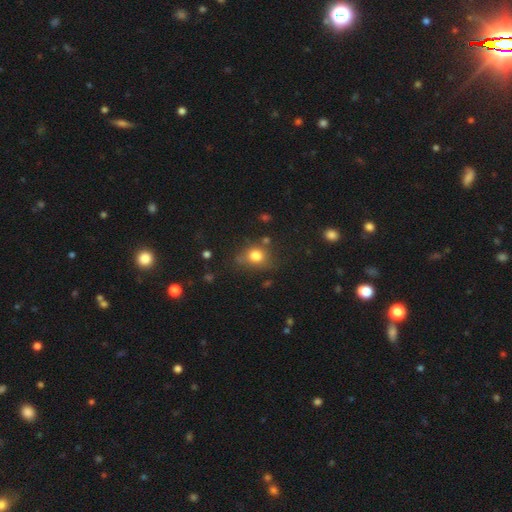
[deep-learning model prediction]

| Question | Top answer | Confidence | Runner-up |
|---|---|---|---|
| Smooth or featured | smooth | 78% | star or artifact (12%) |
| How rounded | round | 68% | in between (30%) |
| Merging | none | 62% | minor disturbance (23%) |